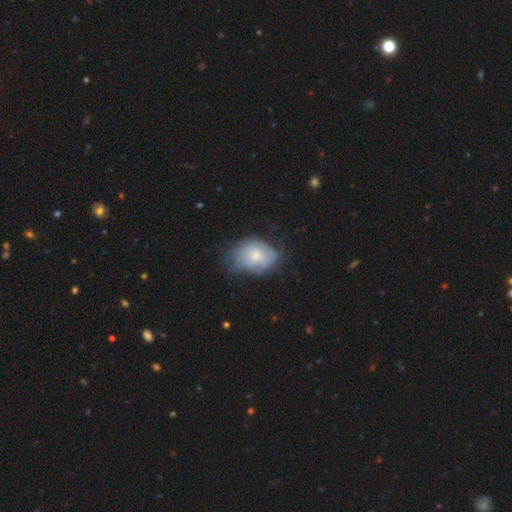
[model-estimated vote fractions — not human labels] This is possibly a featured or disk galaxy (52%). It is clearly not viewed edge-on (97%). Bar: clearly no (81%). Spiral arm pattern: likely yes (66%). Central bulge: possibly small (48%). Merging: marginally none (45%).